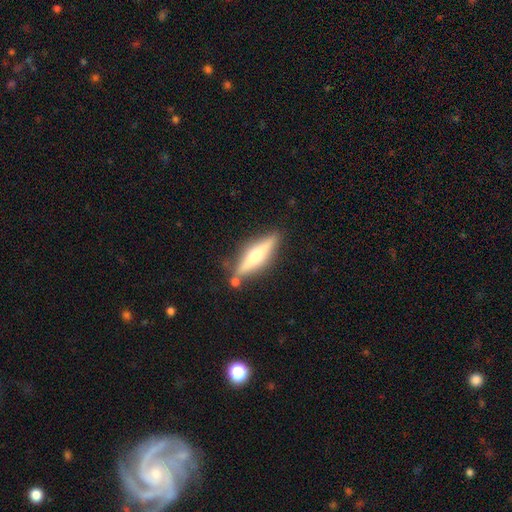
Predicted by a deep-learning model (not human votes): A featured or disk galaxy (64%) viewed edge-on (95%) with a rounded central bulge (90%). Merging: none (79%).